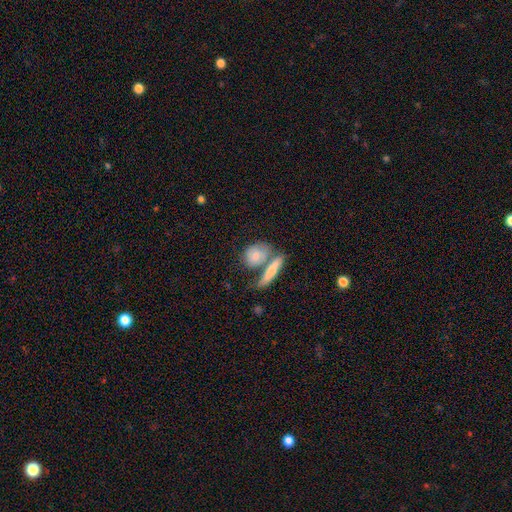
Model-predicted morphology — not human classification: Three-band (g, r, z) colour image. It shows a smooth galaxy with no disk features (68%) that is in between round and cigar-shaped (49%). Merging: merger (40%, tied with none).